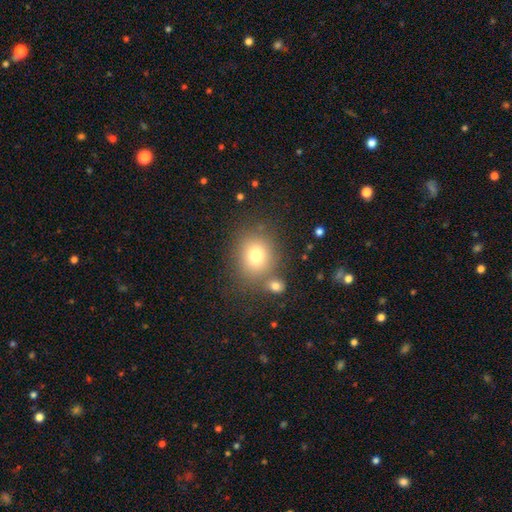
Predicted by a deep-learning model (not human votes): smooth_or_featured: smooth (p=0.76) [alt: star or artifact p=0.13]
how_rounded: round (p=0.72) [alt: in between p=0.27]
merging: none (p=0.71) [alt: merger p=0.13]